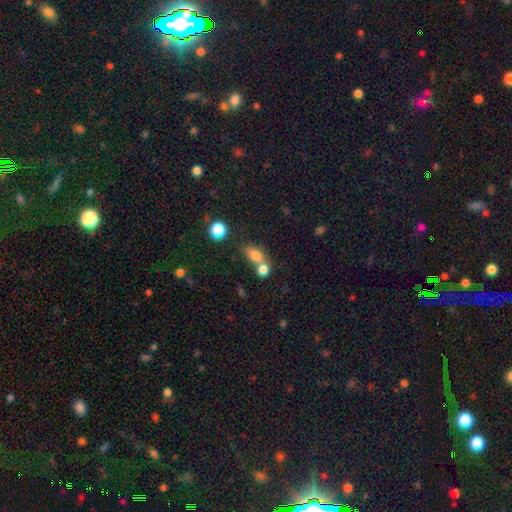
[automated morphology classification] smooth-or-featured: smooth: 79% | star or artifact: 11% | featured or disk: 10%
  how-rounded: in between: 71% | round: 25% | cigar-shaped: 4%
  merging: merger: 47% | none: 37% | minor disturbance: 10% | major disturbance: 6%